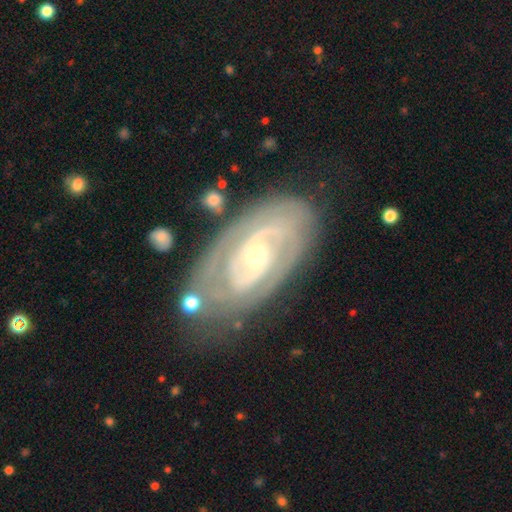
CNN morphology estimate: Smooth or featured? Predicted: featured or disk (p=0.87). Edge-on disk? Predicted: no (p=0.95). Bar? Predicted: no (p=0.50). Spiral arms? Predicted: yes (p=0.93). Spiral winding? Predicted: tight (p=0.69). Spiral arm count? Predicted: 2 (p=0.52). Bulge size? Predicted: small (p=0.66). Merging? Predicted: none (p=0.71).